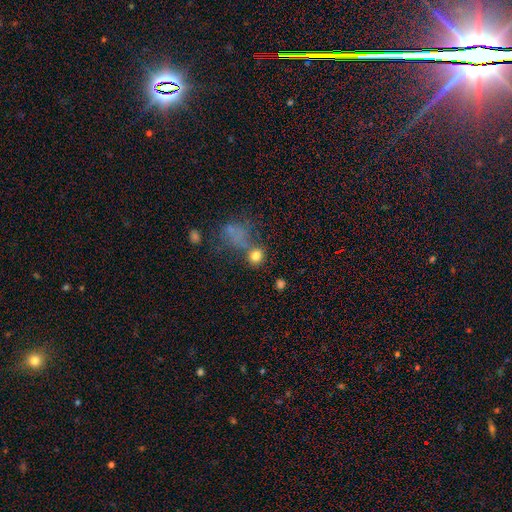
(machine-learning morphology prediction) The model was most divided on "merging": none: 60%, merger: 20%, minor disturbance: 12%, major disturbance: 9%. More confident: how rounded — round (78%); smooth or featured — smooth (77%).